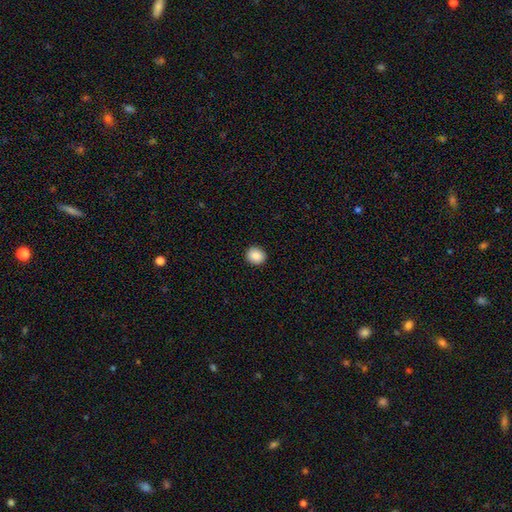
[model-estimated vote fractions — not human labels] A smooth galaxy with no disk features (88%) that is round (82%).

Vote fractions:
- Smooth or featured? smooth: 88% / star or artifact: 9% / featured or disk: 4%
- How rounded? round: 82% / in between: 17% / cigar-shaped: 1%
- Merging? none: 92% / minor disturbance: 5% / major disturbance: 2% / merger: 1%